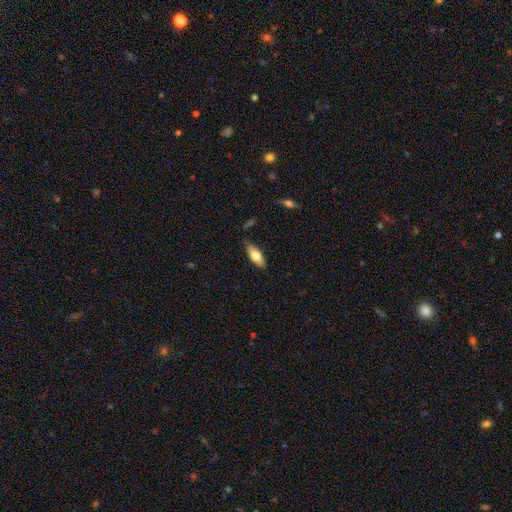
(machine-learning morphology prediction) type=smooth (67%); roundness=in between (70%); merging=none (80%).